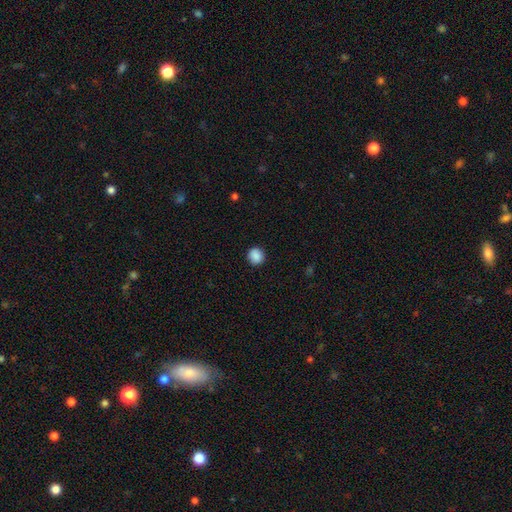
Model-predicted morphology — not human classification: Overall: smooth (88%). How rounded: round (88%). Merging: none (90%).